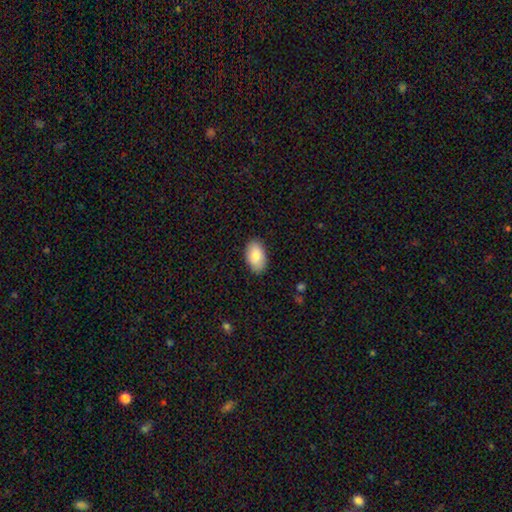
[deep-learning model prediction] This appears to be a smooth galaxy with no disk features (83%) that is in between round and cigar-shaped (94%). Merging: none (88%).